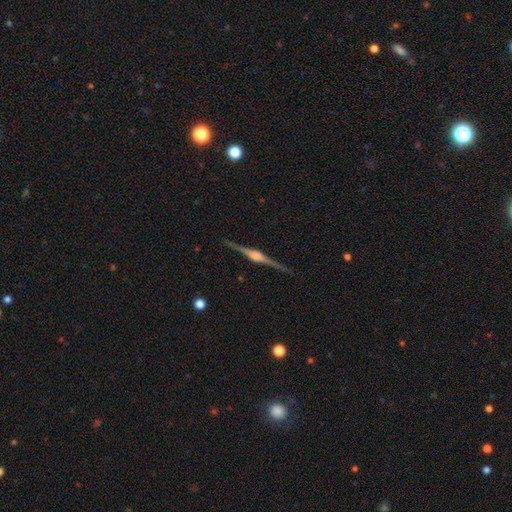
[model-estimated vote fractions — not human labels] Smooth or featured? Predicted: featured or disk (p=0.89). Edge-on disk? Predicted: yes (p=0.99). Edge-on bulge? Predicted: rounded (p=0.79). Merging? Predicted: none (p=0.91).